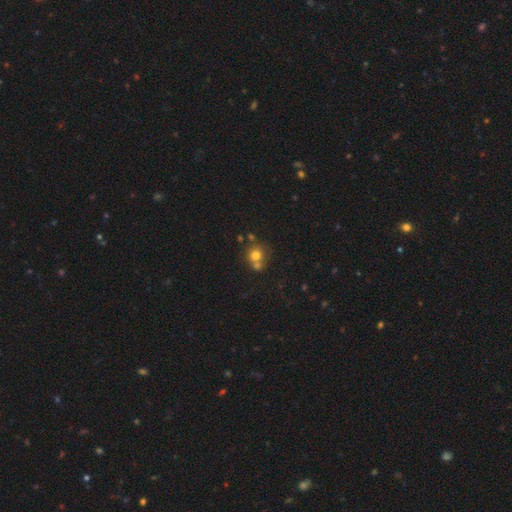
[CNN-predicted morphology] A smooth galaxy with no disk features (73%) that is round (85%).

Vote fractions:
- Smooth or featured? smooth: 73% / featured or disk: 14% / star or artifact: 14%
- How rounded? round: 85% / in between: 15% / cigar-shaped: 1%
- Merging? none: 48% / merger: 39% / minor disturbance: 9% / major disturbance: 4%